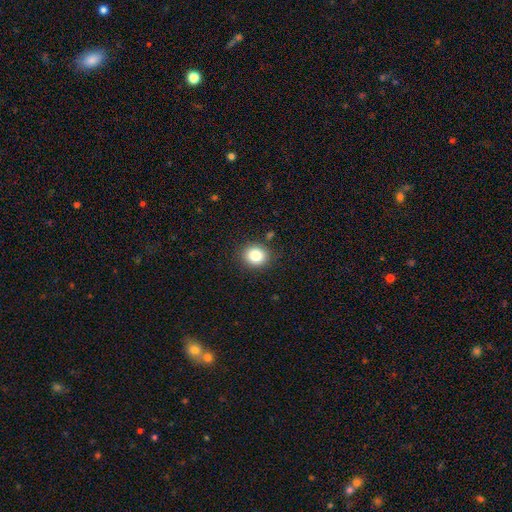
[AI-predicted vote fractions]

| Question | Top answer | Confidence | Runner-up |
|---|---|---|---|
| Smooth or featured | smooth | 82% | star or artifact (11%) |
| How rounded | round | 76% | in between (24%) |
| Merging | none | 87% | minor disturbance (8%) |